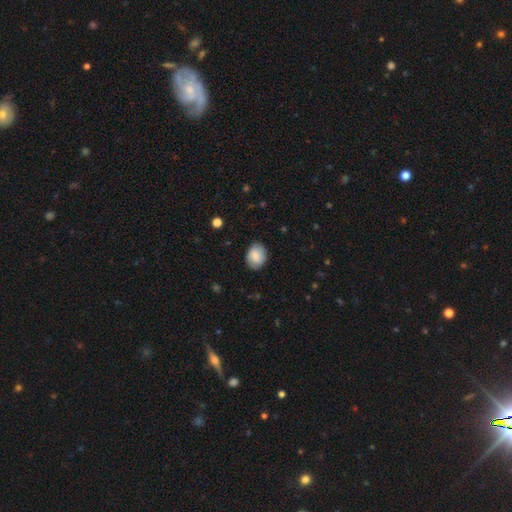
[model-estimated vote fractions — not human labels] smooth_or_featured: smooth (p=0.66) [alt: featured or disk p=0.27]
how_rounded: in between (p=0.62) [alt: round p=0.37]
merging: none (p=0.82) [alt: minor disturbance p=0.14]